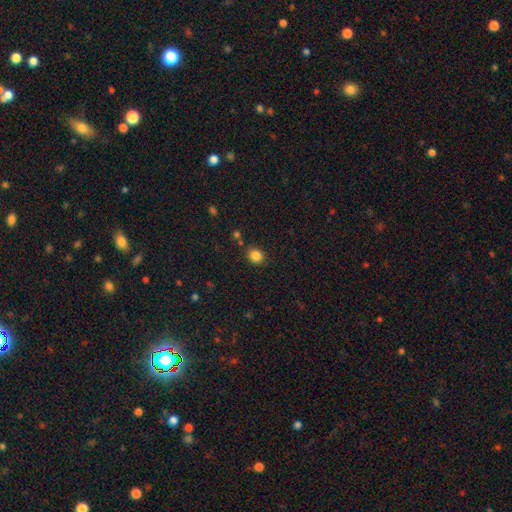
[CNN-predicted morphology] Smooth or featured: smooth — 84% (star or artifact — 12%)
How rounded: round — 78% (in between — 21%)
Merging: none — 84% (minor disturbance — 9%)